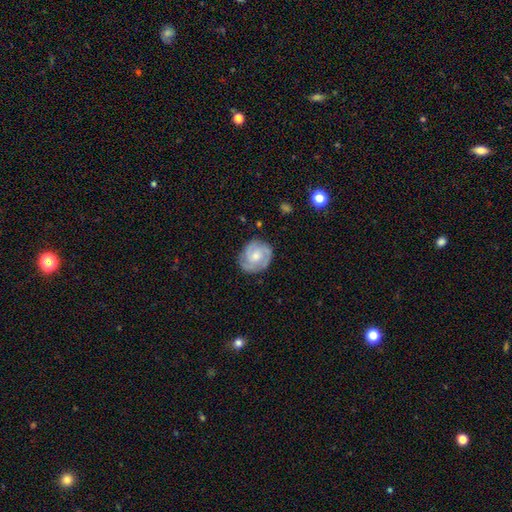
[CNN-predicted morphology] The model was most divided on "spiral arm count": 2: 40%, 3: 29%, can't tell: 19%, 1: 5%, 4: 4%, more than 4: 3%. More confident: edge-on disk — no (98%); spiral arms — yes (94%); merging — none (76%); smooth or featured — featured or disk (75%); bar — no (69%); spiral winding — tight (63%); bulge size — moderate (52%).